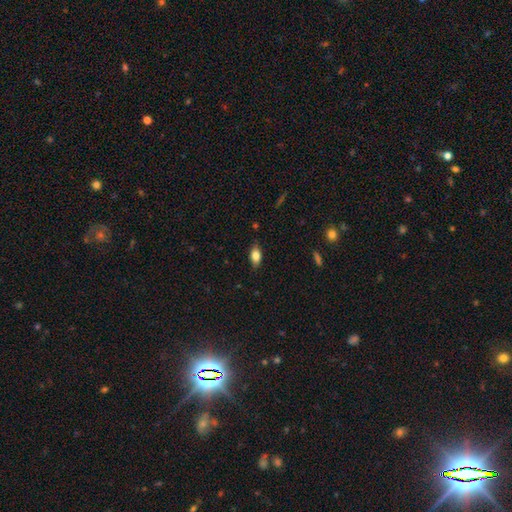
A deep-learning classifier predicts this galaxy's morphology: smooth-or-featured: smooth: 77% | featured or disk: 15% | star or artifact: 8%
  how-rounded: in between: 86% | cigar-shaped: 8% | round: 5%
  merging: none: 83% | minor disturbance: 13% | major disturbance: 3% | merger: 1%